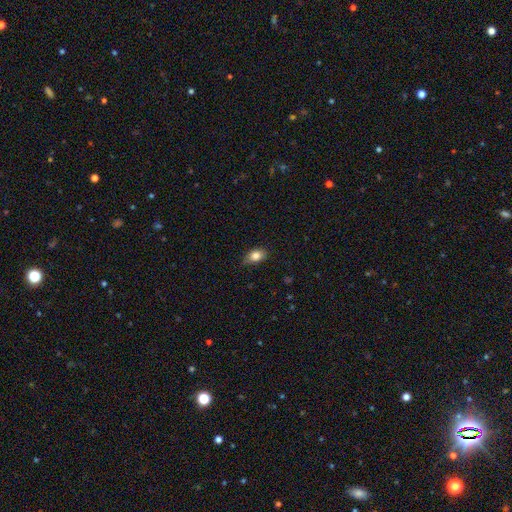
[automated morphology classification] Smooth or featured?
  - smooth: 83% *
  - star or artifact: 9%
  - featured or disk: 8%
How rounded?
  - in between: 77% *
  - round: 21%
  - cigar-shaped: 2%
Merging?
  - none: 72% *
  - minor disturbance: 23%
  - major disturbance: 4%
  - merger: 1%